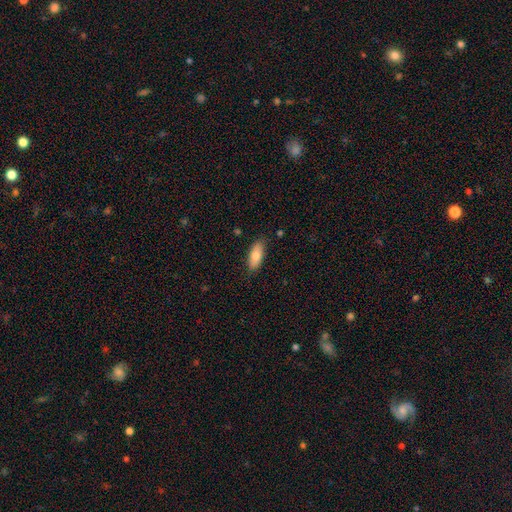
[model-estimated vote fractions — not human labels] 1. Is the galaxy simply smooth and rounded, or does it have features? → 81% smooth, 13% featured or disk, 6% star or artifact.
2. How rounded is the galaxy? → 82% in between, 16% cigar-shaped, 2% round.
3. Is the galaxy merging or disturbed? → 84% none, 13% minor disturbance, 2% major disturbance, 1% merger.